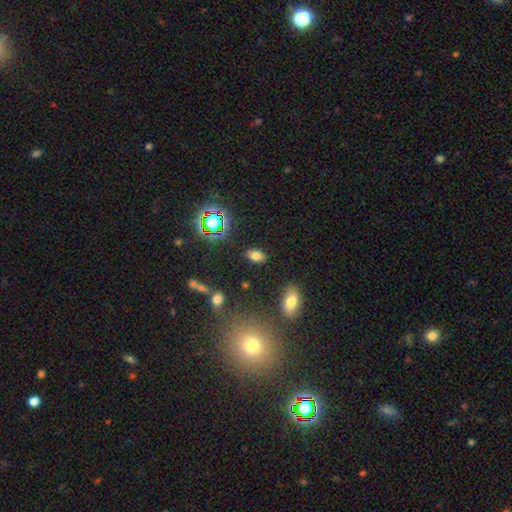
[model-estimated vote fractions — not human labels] This appears to be a smooth galaxy with no disk features (75%) that is in between round and cigar-shaped (88%). Merging: none (85%).